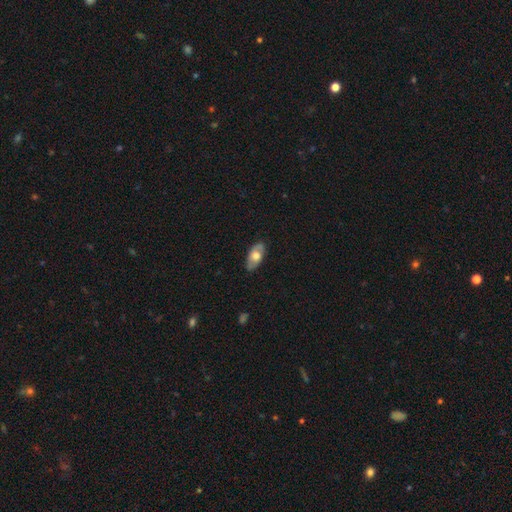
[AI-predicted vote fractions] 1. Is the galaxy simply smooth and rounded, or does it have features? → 56% smooth, 39% featured or disk, 6% star or artifact.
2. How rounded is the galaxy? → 90% in between, 7% cigar-shaped, 4% round.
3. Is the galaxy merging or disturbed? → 81% none, 16% minor disturbance, 3% major disturbance, 1% merger.